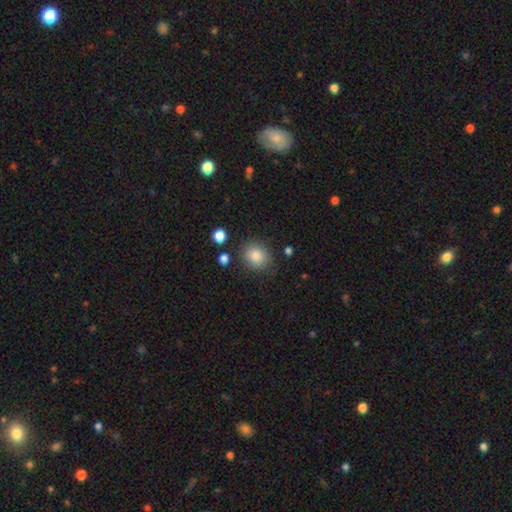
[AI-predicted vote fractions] The model was most divided on "how rounded": round: 73%, in between: 26%, cigar-shaped: 1%. More confident: smooth or featured — smooth (84%); merging — none (83%).